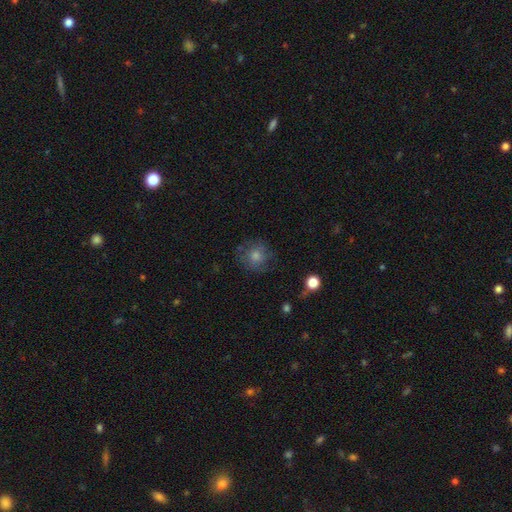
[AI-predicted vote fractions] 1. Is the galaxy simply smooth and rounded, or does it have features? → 61% smooth, 24% featured or disk, 15% star or artifact.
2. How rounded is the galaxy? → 88% round, 11% in between, 1% cigar-shaped.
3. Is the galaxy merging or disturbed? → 74% none, 17% minor disturbance, 8% major disturbance, 2% merger.